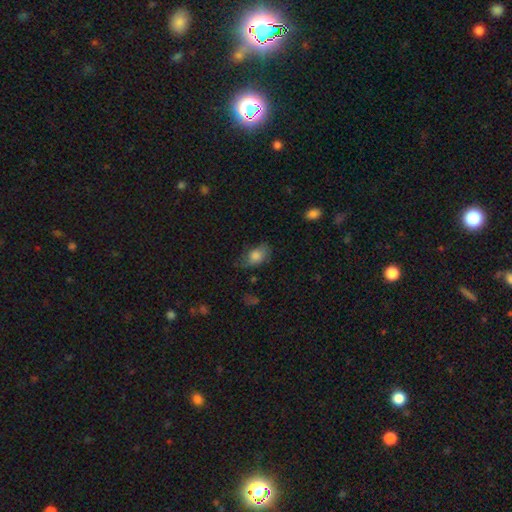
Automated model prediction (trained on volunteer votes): A smooth galaxy with no disk features (76%) that is in between round and cigar-shaped (83%). Merging: none (51%).